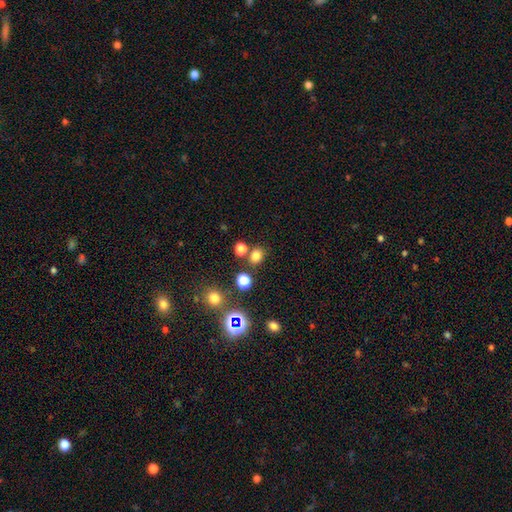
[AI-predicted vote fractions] Smooth or featured? Predicted: smooth (p=0.75). How rounded? Predicted: round (p=0.59). Merging? Predicted: none (p=0.73).